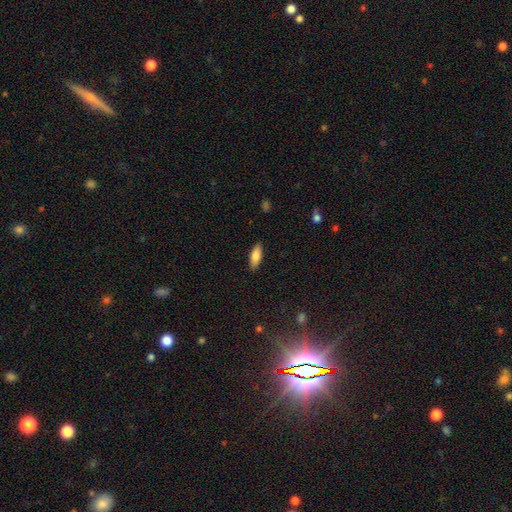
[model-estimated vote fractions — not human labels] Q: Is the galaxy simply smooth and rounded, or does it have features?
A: smooth — 81%.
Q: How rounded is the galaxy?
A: in between — 68%.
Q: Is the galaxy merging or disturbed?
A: none — 88%.